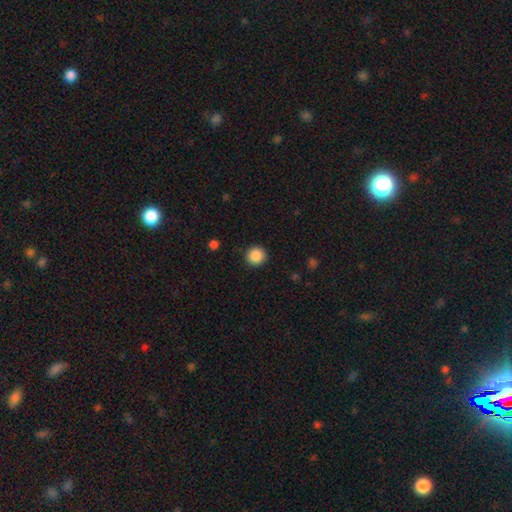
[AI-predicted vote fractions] smooth 88%, star or artifact 9%, featured or disk 3%. Down the decision tree: how rounded — round (95%); merging — none (92%).